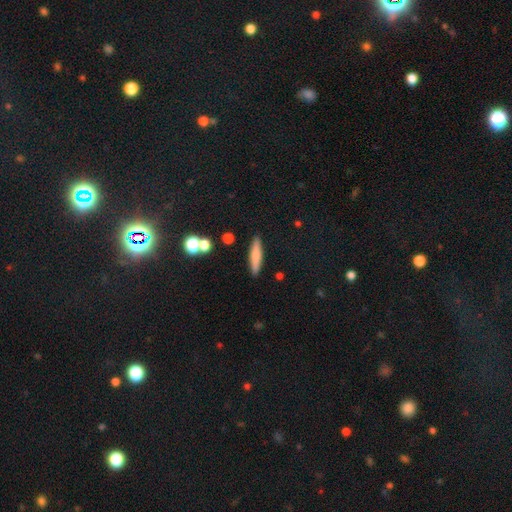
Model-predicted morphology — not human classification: Smooth or featured? Predicted: smooth (p=0.72). How rounded? Predicted: cigar-shaped (p=0.85). Merging? Predicted: none (p=0.88).